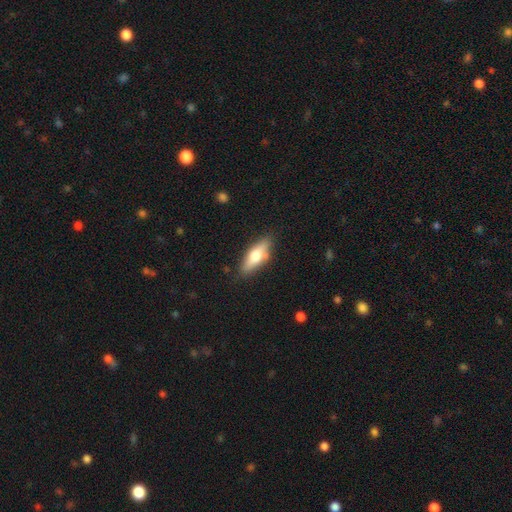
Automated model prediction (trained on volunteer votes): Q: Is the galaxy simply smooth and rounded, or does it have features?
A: smooth — 57%.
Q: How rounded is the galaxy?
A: in between — 56%.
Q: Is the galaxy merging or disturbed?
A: none — 80%.